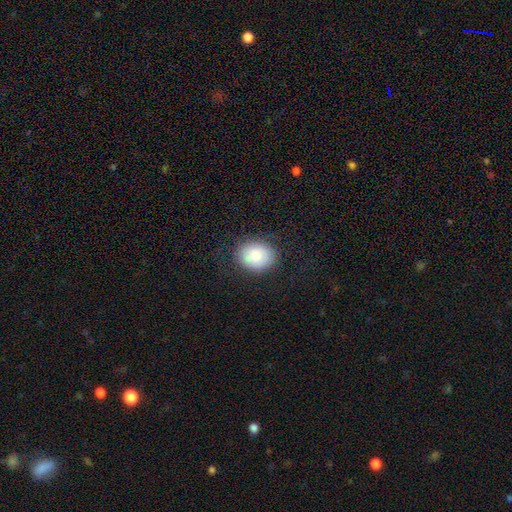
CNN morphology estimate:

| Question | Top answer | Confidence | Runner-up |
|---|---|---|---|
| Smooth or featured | smooth | 81% | featured or disk (11%) |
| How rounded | round | 52% | in between (47%) |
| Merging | none | 82% | minor disturbance (13%) |